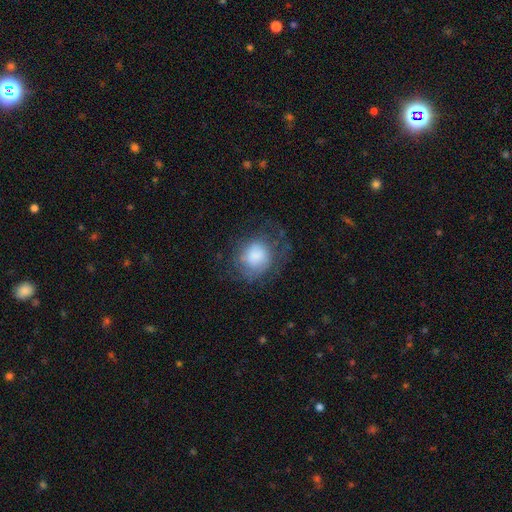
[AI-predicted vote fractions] Morphology: type=smooth (61%); roundness=round (67%); merging=none (47%).